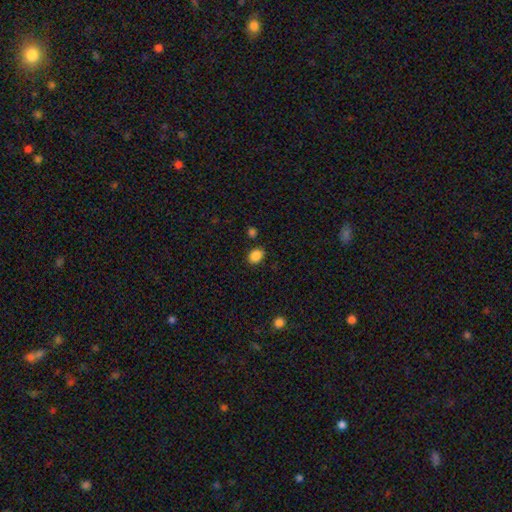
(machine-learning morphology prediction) A smooth galaxy with no disk features (87%) that is in between round and cigar-shaped (57%).

Vote fractions:
- Smooth or featured? smooth: 87% / star or artifact: 10% / featured or disk: 3%
- How rounded? in between: 57% / round: 42% / cigar-shaped: 1%
- Merging? none: 80% / minor disturbance: 13% / merger: 3% / major disturbance: 3%